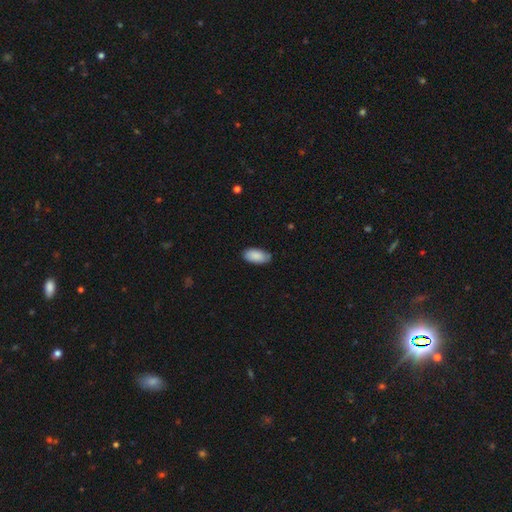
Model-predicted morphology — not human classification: This appears to be a smooth galaxy with no disk features (88%) that is in between round and cigar-shaped (94%). Merging: none (78%).